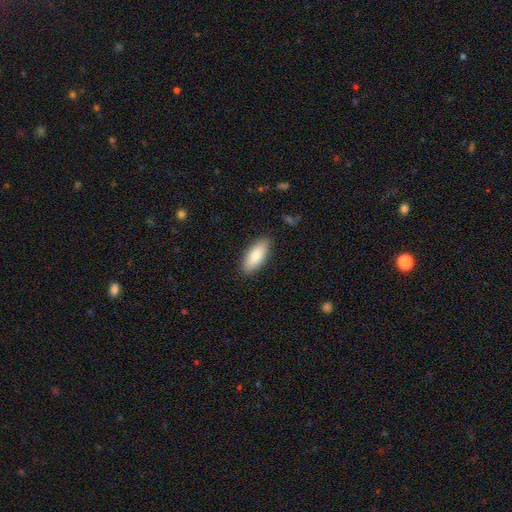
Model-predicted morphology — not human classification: smooth-or-featured: smooth: 82% | featured or disk: 12% | star or artifact: 6%
  how-rounded: in between: 80% | cigar-shaped: 18% | round: 2%
  merging: none: 88% | minor disturbance: 9% | major disturbance: 2% | merger: 1%